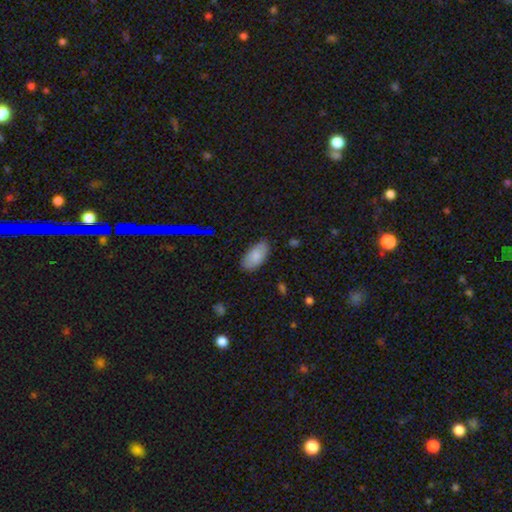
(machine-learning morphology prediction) smooth-or-featured: smooth: 84% | featured or disk: 8% | star or artifact: 8%
  how-rounded: in between: 94% | cigar-shaped: 4% | round: 2%
  merging: none: 82% | minor disturbance: 14% | major disturbance: 3% | merger: 1%